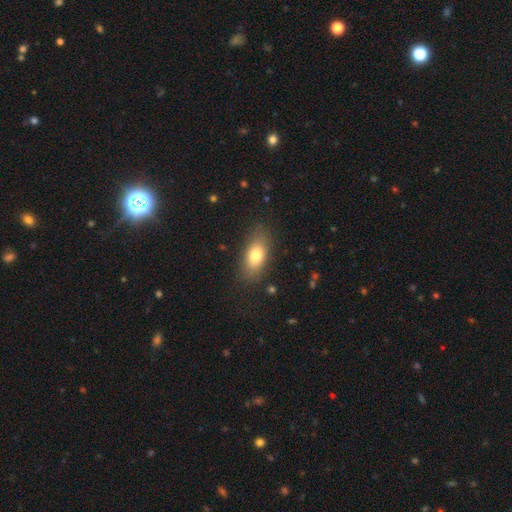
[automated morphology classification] A smooth galaxy with no disk features (77%) that is in between round and cigar-shaped (84%). Merging: none (82%).